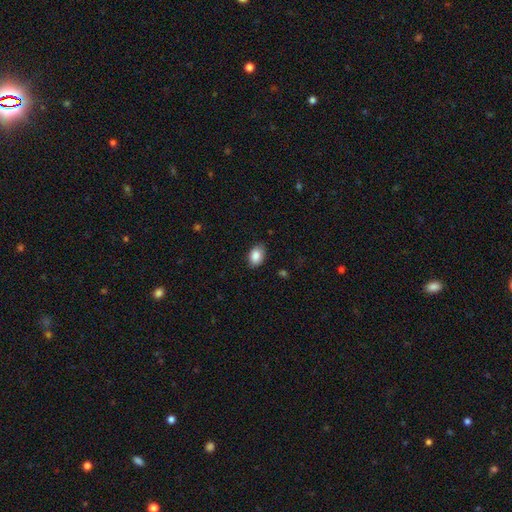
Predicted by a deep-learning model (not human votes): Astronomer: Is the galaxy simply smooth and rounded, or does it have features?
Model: smooth — 87%.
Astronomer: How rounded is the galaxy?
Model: in between — 84%.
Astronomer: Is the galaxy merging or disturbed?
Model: none — 84%.